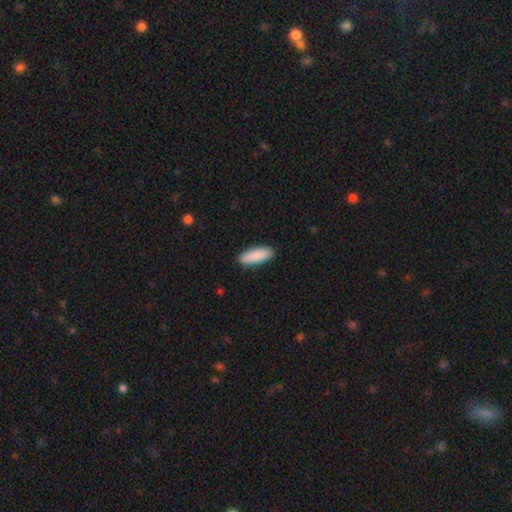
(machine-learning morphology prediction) A smooth galaxy with no disk features (90%) that is in between round and cigar-shaped (65%). Merging: none (90%).